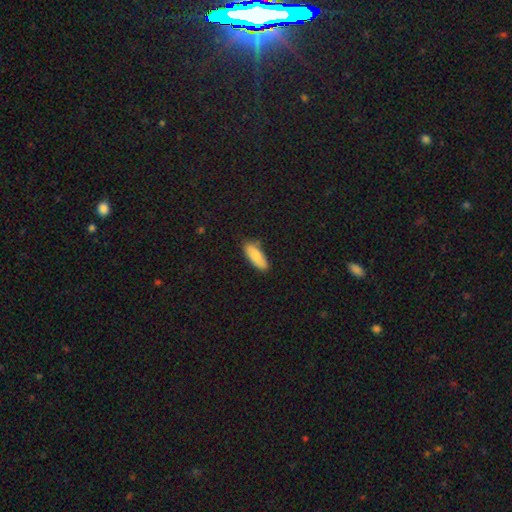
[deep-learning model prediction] Smooth or featured? Predicted: smooth (p=0.84). How rounded? Predicted: in between (p=0.74). Merging? Predicted: none (p=0.80).